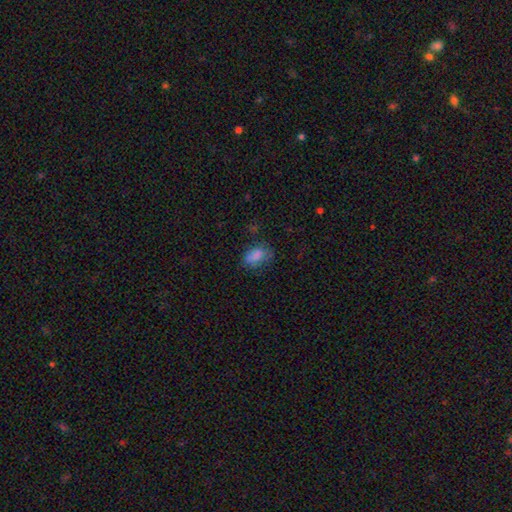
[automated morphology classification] Smooth or featured? Predicted: smooth (p=0.79). How rounded? Predicted: in between (p=0.84). Merging? Predicted: none (p=0.61).